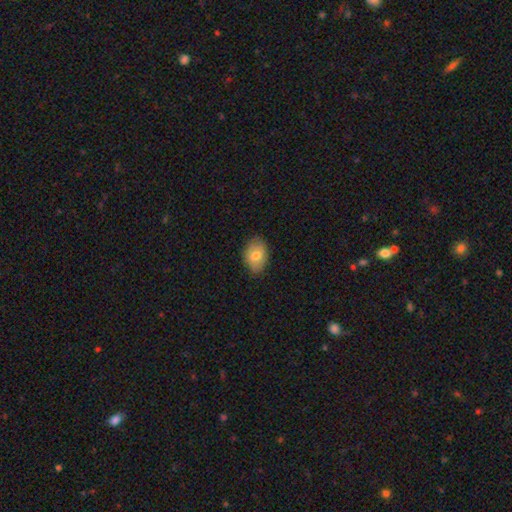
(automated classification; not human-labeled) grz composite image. It shows a smooth galaxy with no disk features (74%) that is in between round and cigar-shaped (81%). Merging: none (78%).